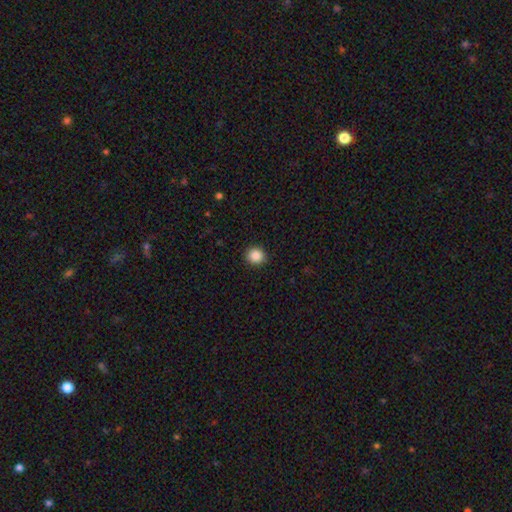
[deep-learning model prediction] The model was most divided on "smooth or featured": smooth: 87%, star or artifact: 10%, featured or disk: 3%. More confident: merging — none (92%); how rounded — round (90%).